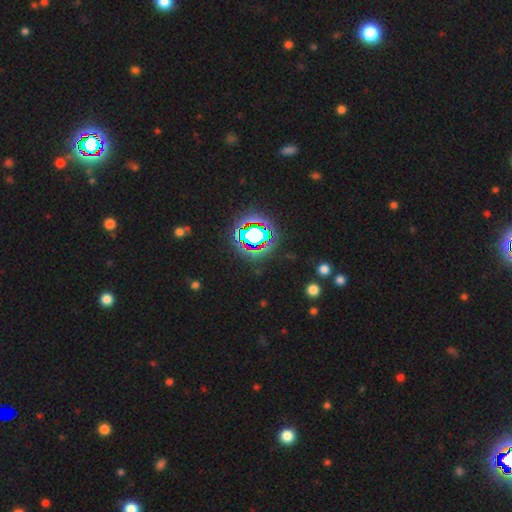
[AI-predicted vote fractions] Smooth or featured? star or artifact (81%)